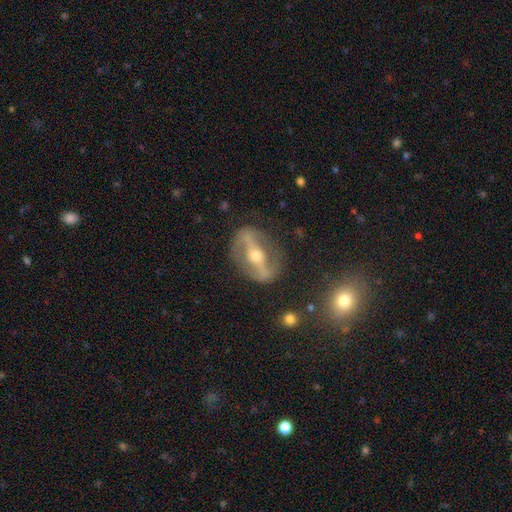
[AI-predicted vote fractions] Overall: featured or disk (82%). Edge-on disk: no (75%). Bar: strong (78%). Spiral arms: yes (55%; no 45%). Bulge size: moderate (55%; small 41%). Merging: none (79%).